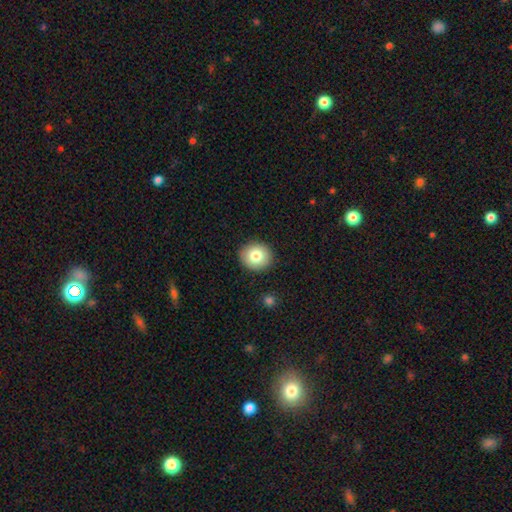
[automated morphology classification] A smooth galaxy with no disk features (80%) that is round (87%). Merging: none (91%).